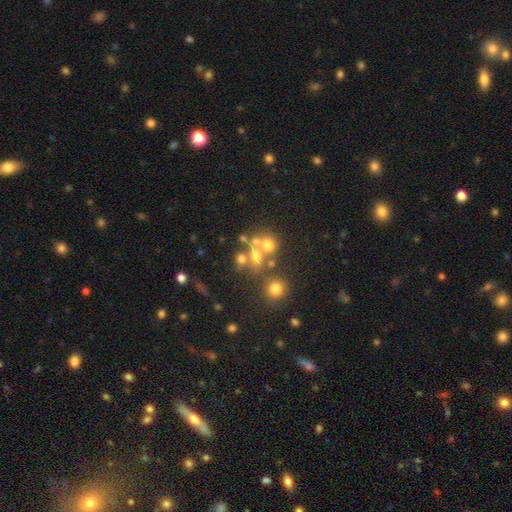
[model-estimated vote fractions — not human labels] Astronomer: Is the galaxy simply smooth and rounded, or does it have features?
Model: smooth — 56%.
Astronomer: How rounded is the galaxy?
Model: round — 72%.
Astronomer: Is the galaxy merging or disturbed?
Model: none — 44% (runner-up: merger, 39%).